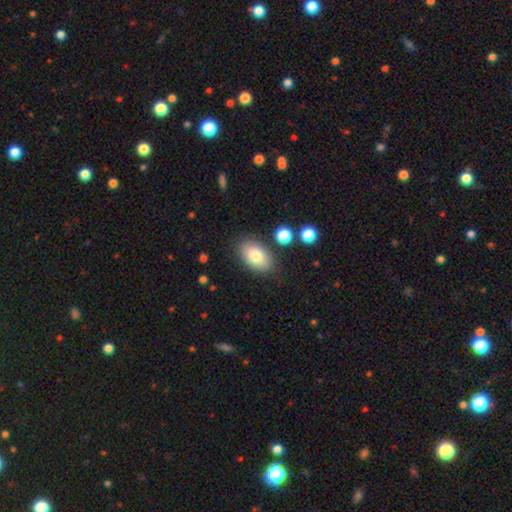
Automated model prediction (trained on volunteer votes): Overall: smooth (79%). How rounded: in between (91%). Merging: none (82%).